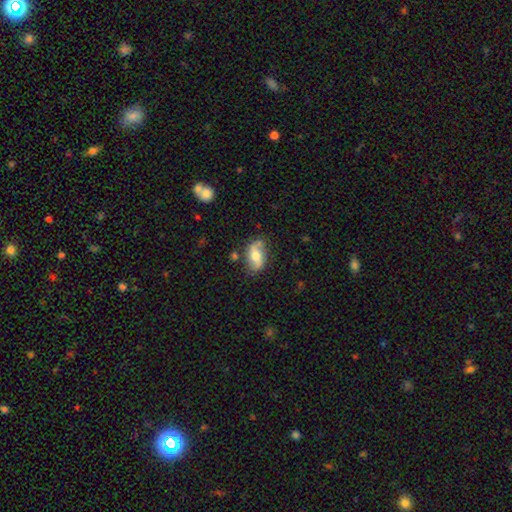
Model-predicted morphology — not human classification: Smooth or featured?
  - featured or disk: 49% *
  - smooth: 44%
  - star or artifact: 7%
Merging?
  - none: 67% *
  - minor disturbance: 21%
  - major disturbance: 6%
  - merger: 6%